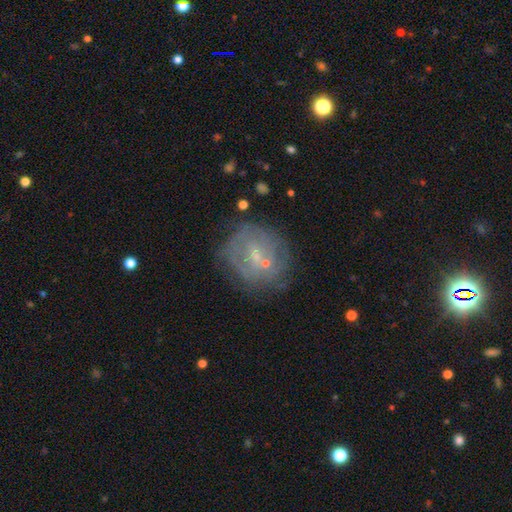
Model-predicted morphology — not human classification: smooth_or_featured: featured or disk (p=0.63) [alt: smooth p=0.25]
disk_edge_on: no (p=0.97) [alt: yes p=0.03]
bar: no (p=0.48) [alt: weak p=0.42]
has_spiral_arms: yes (p=0.63) [alt: no p=0.37]
bulge_size: small (p=0.71) [alt: moderate p=0.19]
merging: none (p=0.64) [alt: minor disturbance p=0.16]